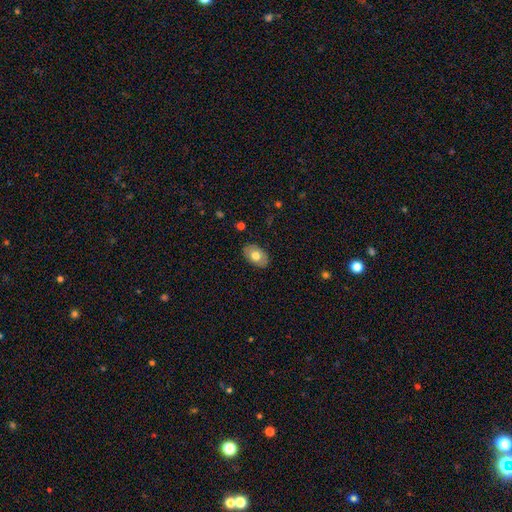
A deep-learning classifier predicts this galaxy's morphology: A smooth galaxy with no disk features (70%) that is in between round and cigar-shaped (88%).

Vote fractions:
- Smooth or featured? smooth: 70% / featured or disk: 24% / star or artifact: 6%
- How rounded? in between: 88% / round: 11% / cigar-shaped: 1%
- Merging? none: 86% / minor disturbance: 10% / major disturbance: 2% / merger: 1%